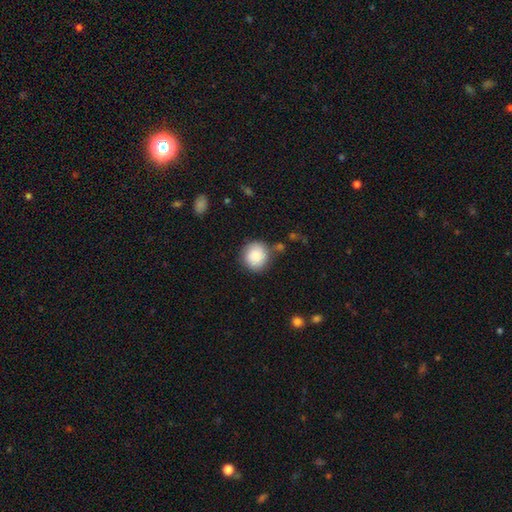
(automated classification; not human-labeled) The model was most divided on "merging": none: 78%, minor disturbance: 14%, merger: 4%, major disturbance: 4%. More confident: smooth or featured — smooth (86%); how rounded — round (86%).